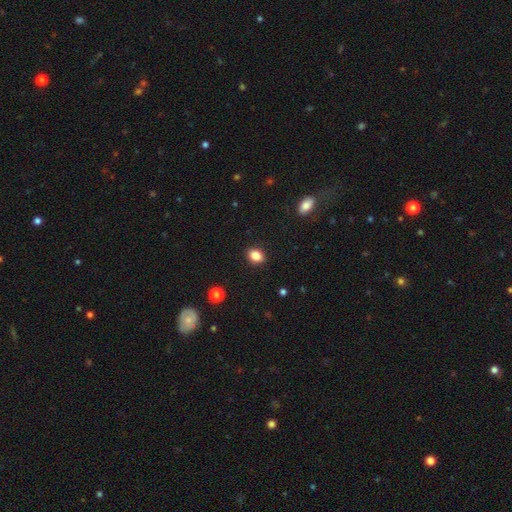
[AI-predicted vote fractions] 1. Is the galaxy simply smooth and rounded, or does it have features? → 86% smooth, 10% star or artifact, 5% featured or disk.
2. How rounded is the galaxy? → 62% in between, 37% round, 1% cigar-shaped.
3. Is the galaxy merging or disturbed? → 90% none, 7% minor disturbance, 2% major disturbance, 1% merger.